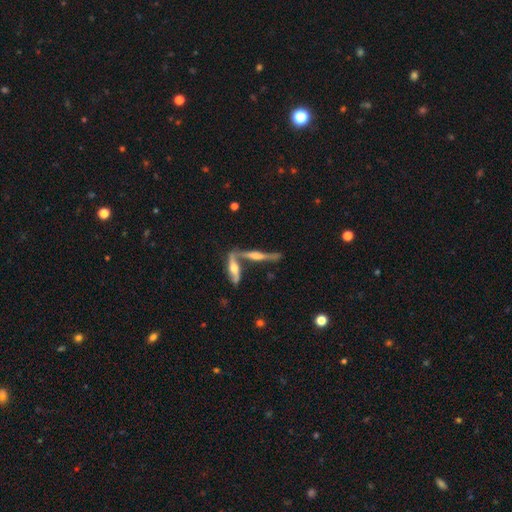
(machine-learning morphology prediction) The model was most divided on "merging": none: 49%, merger: 35%, minor disturbance: 11%, major disturbance: 5%. More confident: edge-on disk — yes (88%); edge-on bulge — rounded (83%); smooth or featured — featured or disk (74%).